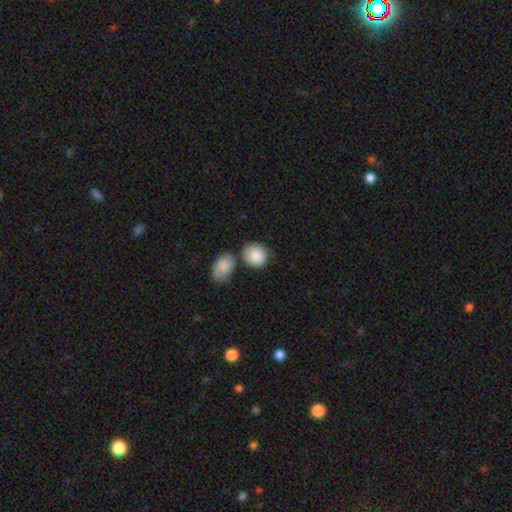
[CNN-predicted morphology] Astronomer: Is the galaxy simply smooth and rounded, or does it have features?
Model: smooth — 87%.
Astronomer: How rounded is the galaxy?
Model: round — 71%.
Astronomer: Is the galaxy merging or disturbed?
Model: none — 61%.